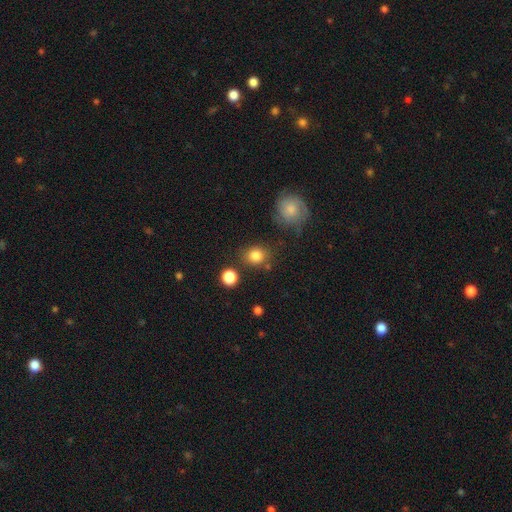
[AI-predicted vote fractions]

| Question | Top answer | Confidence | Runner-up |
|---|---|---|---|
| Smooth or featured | smooth | 83% | star or artifact (11%) |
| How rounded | round | 73% | in between (26%) |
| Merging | none | 77% | minor disturbance (12%) |